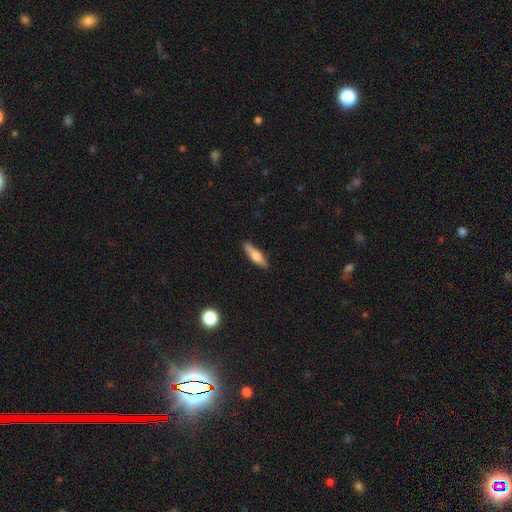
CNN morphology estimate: Smooth or featured?
  - smooth: 64% *
  - featured or disk: 30%
  - star or artifact: 6%
How rounded?
  - cigar-shaped: 67% *
  - in between: 30%
  - round: 2%
Merging?
  - none: 87% *
  - minor disturbance: 10%
  - major disturbance: 2%
  - merger: 1%